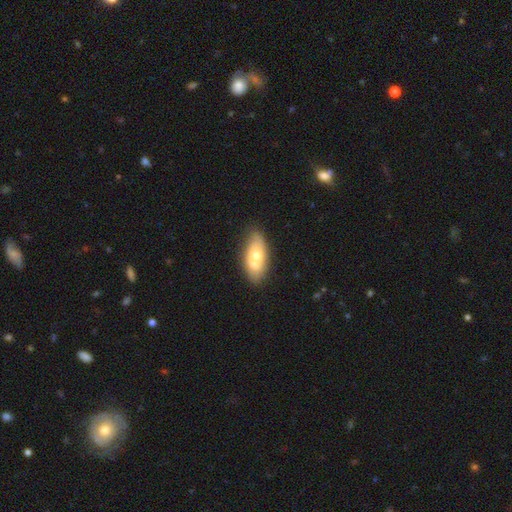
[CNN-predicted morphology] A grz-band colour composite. It shows a smooth galaxy with no disk features (57%) that is in between round and cigar-shaped (83%). Merging: none (47%).